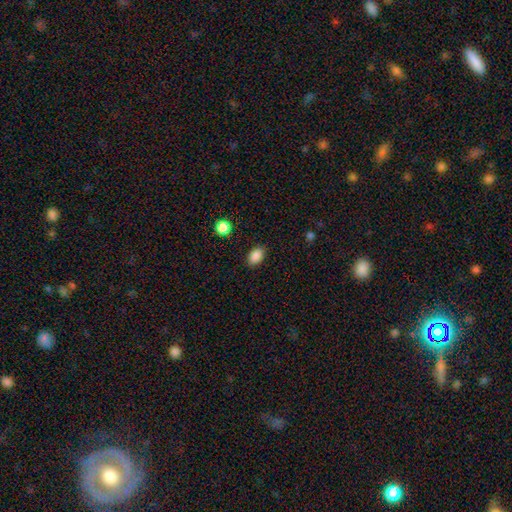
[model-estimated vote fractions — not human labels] smooth 88%, star or artifact 9%, featured or disk 3%. Down the decision tree: how rounded — in between (87%); merging — none (87%).